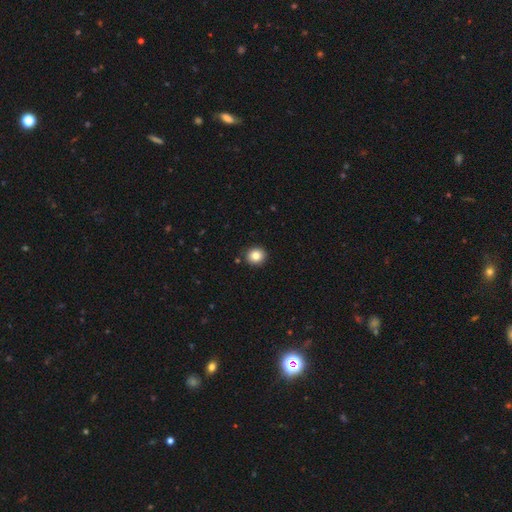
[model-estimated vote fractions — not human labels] Q: Smooth or featured?
A: smooth (83%); runner-up: star or artifact (10%)
Q: How rounded?
A: round (87%); runner-up: in between (12%)
Q: Merging?
A: none (90%); runner-up: minor disturbance (7%)